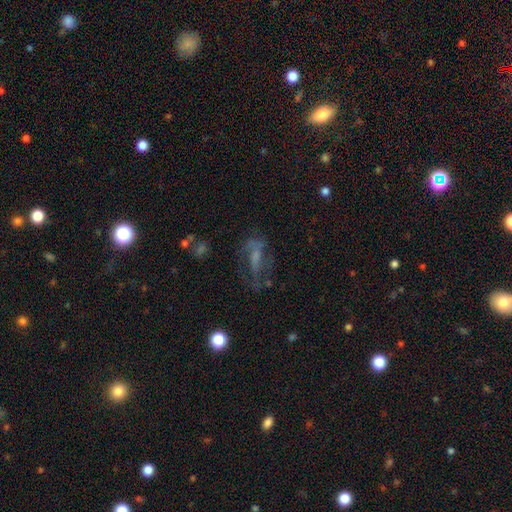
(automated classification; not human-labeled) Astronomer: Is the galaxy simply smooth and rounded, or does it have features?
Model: featured or disk — 55%.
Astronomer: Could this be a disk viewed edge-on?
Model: no — 89%.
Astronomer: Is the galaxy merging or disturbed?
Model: none — 47% (runner-up: major disturbance, 29%).